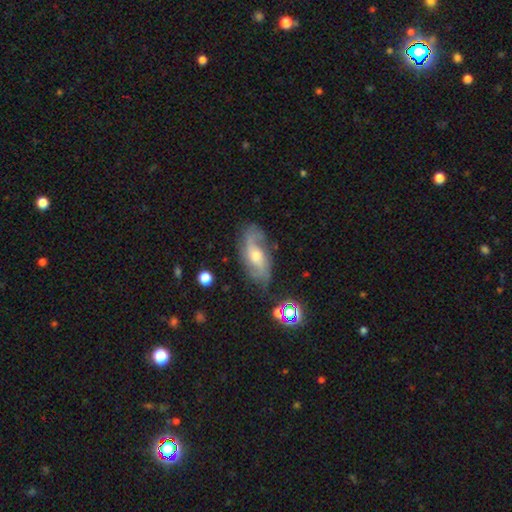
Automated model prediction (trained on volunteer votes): This is likely a featured or disk galaxy (73%). It is clearly not viewed edge-on (90%). Bar: possibly no (55%). Spiral arm pattern: clearly yes (92%). Spiral arm count: likely 2 (72%). Spiral winding: marginally loose (41%, tied with medium). Central bulge: possibly moderate (58%). Merging: likely none (70%).